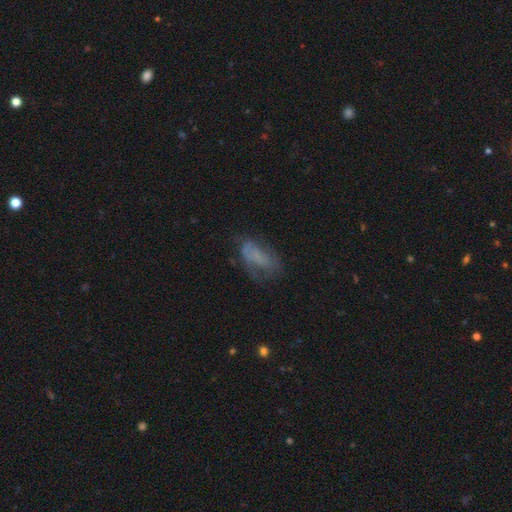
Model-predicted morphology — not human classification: smooth 49%, featured or disk 36%, star or artifact 15%. Down the decision tree: merging — none (41%).